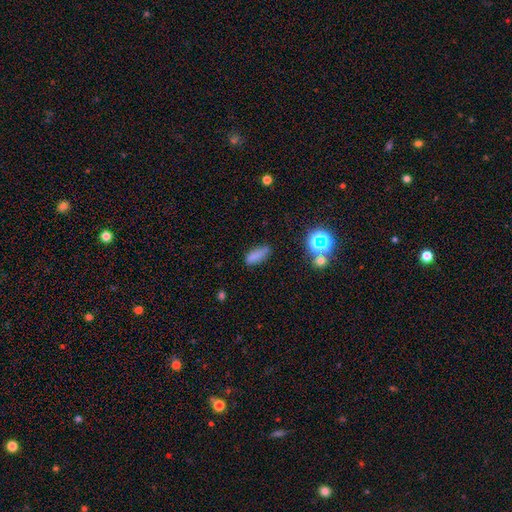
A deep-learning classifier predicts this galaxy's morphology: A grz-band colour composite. It shows a smooth galaxy with no disk features (78%) that is in between round and cigar-shaped (59%). Merging: none (72%).